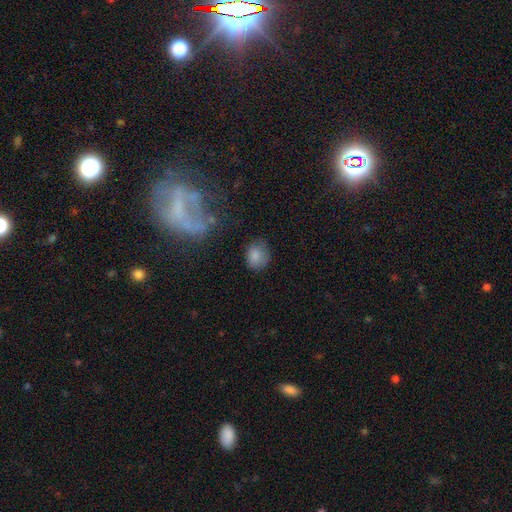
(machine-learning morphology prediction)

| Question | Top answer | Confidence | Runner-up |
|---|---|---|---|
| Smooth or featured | smooth | 83% | star or artifact (9%) |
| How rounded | round | 60% | in between (39%) |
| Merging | none | 68% | minor disturbance (23%) |